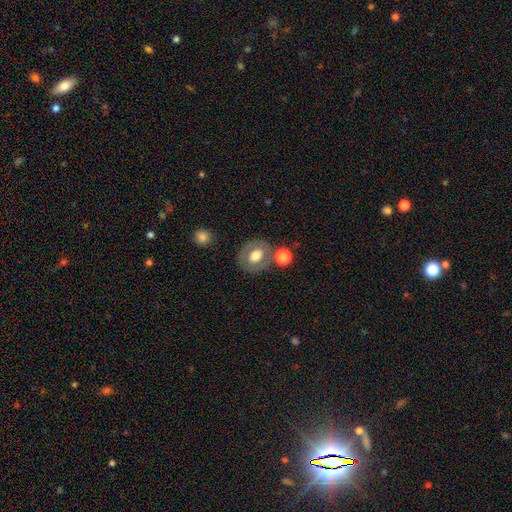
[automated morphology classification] This appears to be a smooth galaxy with no disk features (58%) that is round (56%). Merging: none (70%).